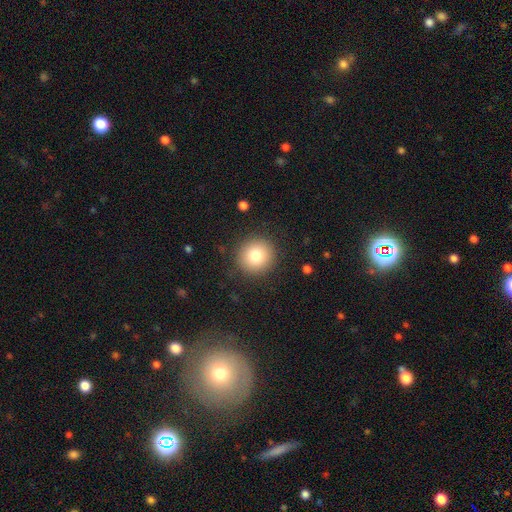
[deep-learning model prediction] Q: Smooth or featured?
A: smooth (80%); runner-up: star or artifact (10%)
Q: How rounded?
A: round (94%); runner-up: in between (5%)
Q: Merging?
A: none (90%); runner-up: minor disturbance (6%)